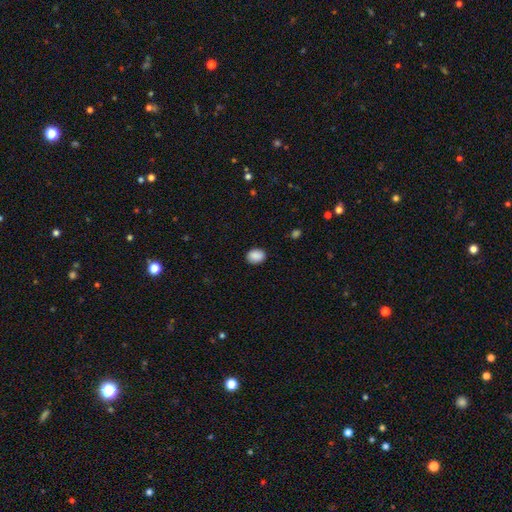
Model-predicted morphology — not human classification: This is clearly a smooth galaxy (89%). How rounded: likely in between (63%). Merging: clearly none (86%).